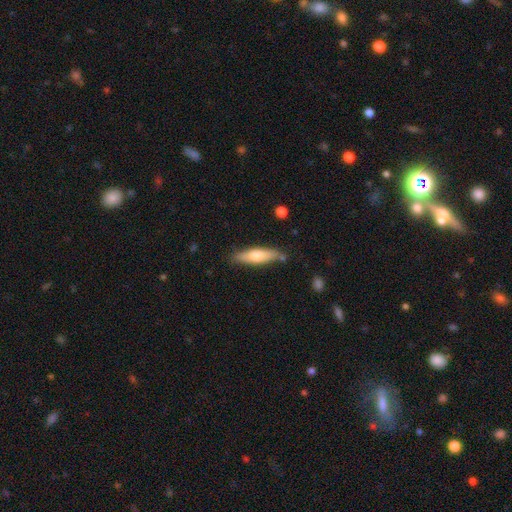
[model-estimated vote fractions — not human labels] Smooth or featured? Predicted: smooth (p=0.56). How rounded? Predicted: cigar-shaped (p=0.73). Merging? Predicted: none (p=0.83).